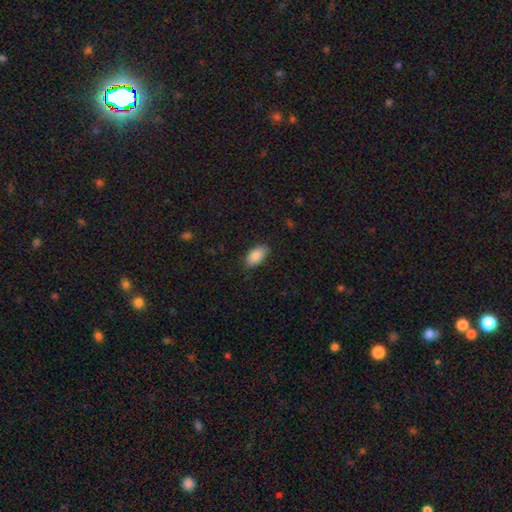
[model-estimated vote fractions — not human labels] smooth-or-featured: smooth: 89% | star or artifact: 7% | featured or disk: 5%
  how-rounded: in between: 94% | cigar-shaped: 3% | round: 3%
  merging: none: 83% | minor disturbance: 13% | major disturbance: 3% | merger: 1%